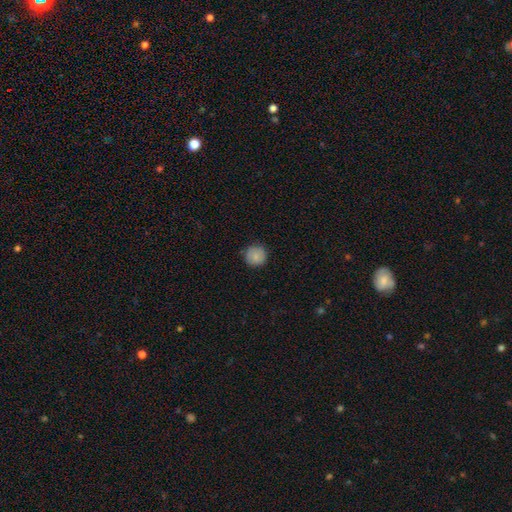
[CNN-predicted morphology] Q: Smooth or featured?
A: smooth (86%); runner-up: star or artifact (8%)
Q: How rounded?
A: round (94%); runner-up: in between (5%)
Q: Merging?
A: none (89%); runner-up: minor disturbance (8%)